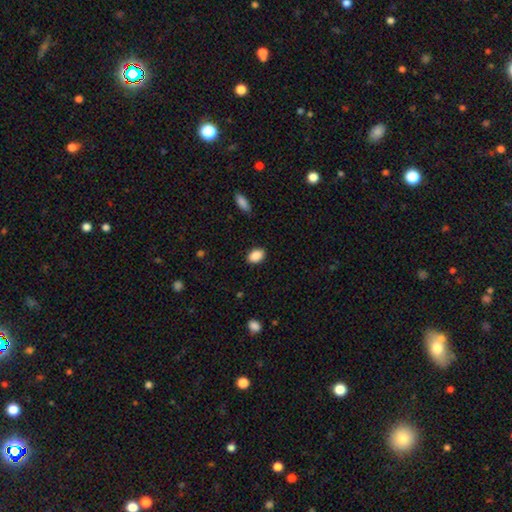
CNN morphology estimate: This is clearly a smooth galaxy (89%). How rounded: clearly in between (84%). Merging: clearly none (86%).